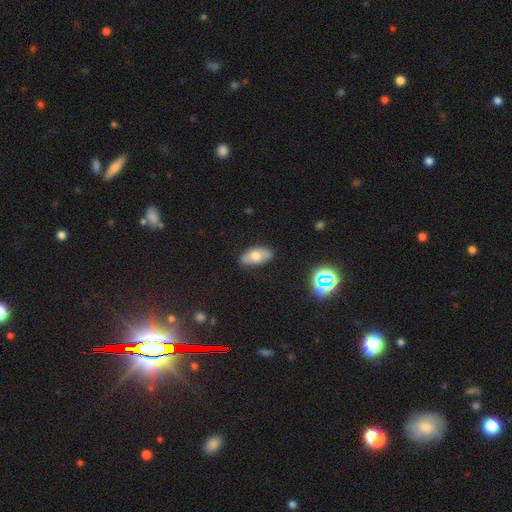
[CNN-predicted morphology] Smooth or featured? Predicted: smooth (p=0.64). How rounded? Predicted: in between (p=0.90). Merging? Predicted: none (p=0.80).